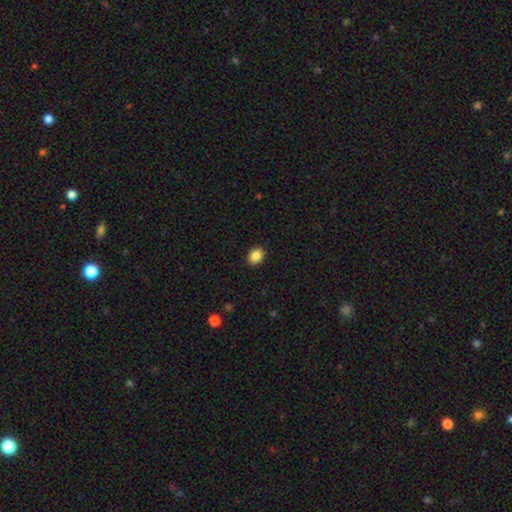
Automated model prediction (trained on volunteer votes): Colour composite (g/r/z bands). It shows a smooth galaxy with no disk features (87%) that is in between round and cigar-shaped (53%). Merging: none (91%).